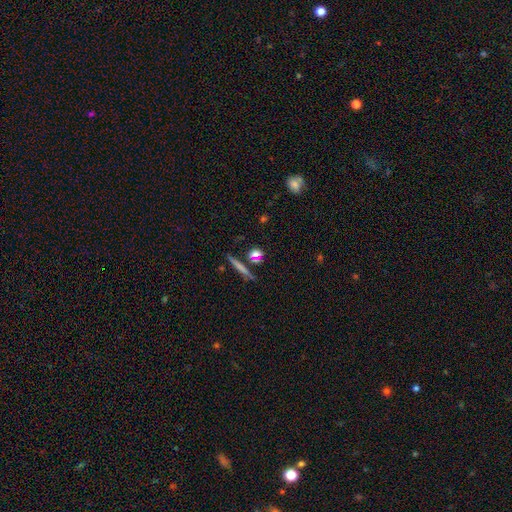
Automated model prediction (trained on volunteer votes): A smooth galaxy with no disk features (68%) that is round (40%, tied with cigar-shaped).

Vote fractions:
- Smooth or featured? smooth: 68% / featured or disk: 19% / star or artifact: 13%
- How rounded? round: 40% (tied) / cigar-shaped: 40% (tied) / in between: 20%
- Merging? none: 73% / merger: 13% / minor disturbance: 10% / major disturbance: 4%